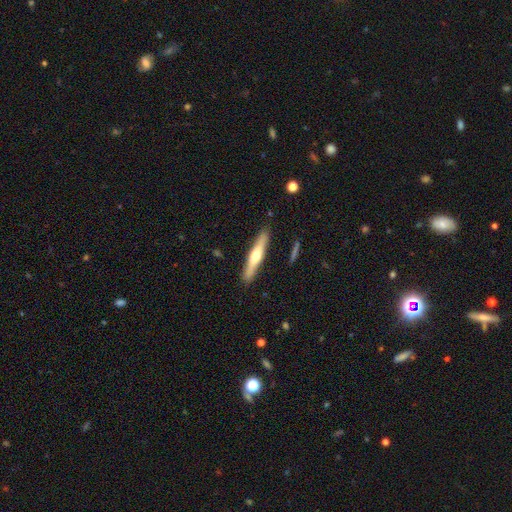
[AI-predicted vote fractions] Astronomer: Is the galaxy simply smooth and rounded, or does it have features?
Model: featured or disk — 53% (runner-up: smooth, 42%).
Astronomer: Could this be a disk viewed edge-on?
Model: yes — 93%.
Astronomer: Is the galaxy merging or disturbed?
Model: none — 89%.